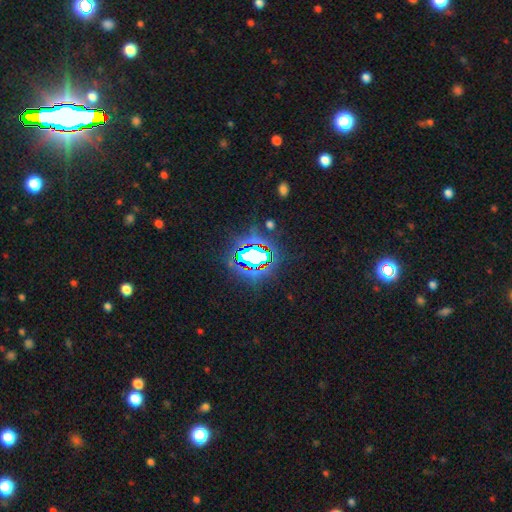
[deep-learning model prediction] A star or artifact, not a galaxy (71%).